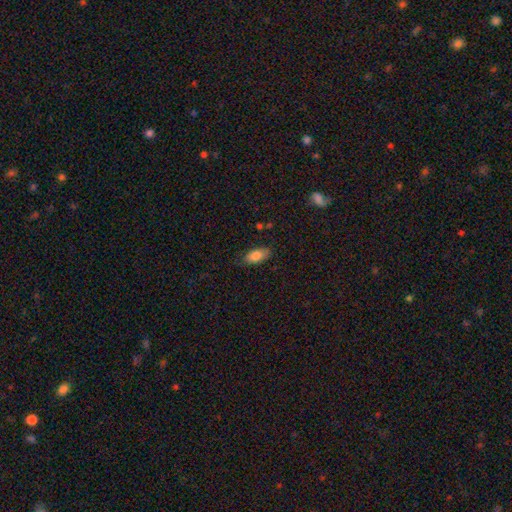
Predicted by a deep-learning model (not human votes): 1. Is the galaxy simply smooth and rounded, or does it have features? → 83% smooth, 10% featured or disk, 7% star or artifact.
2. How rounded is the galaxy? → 88% in between, 10% cigar-shaped, 2% round.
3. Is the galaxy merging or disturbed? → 79% none, 16% minor disturbance, 3% major disturbance, 1% merger.